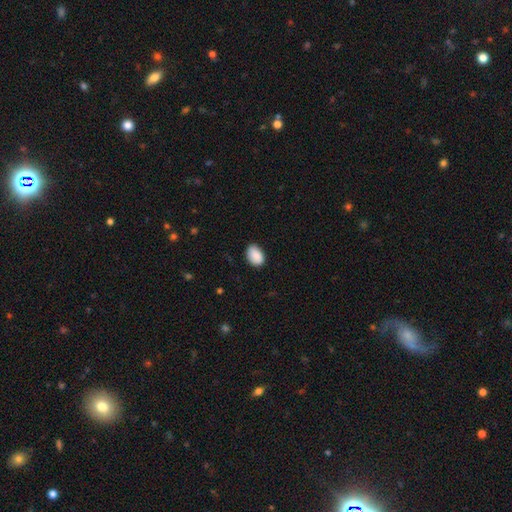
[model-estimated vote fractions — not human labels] smooth-or-featured: smooth: 90% | star or artifact: 7% | featured or disk: 3%
  how-rounded: in between: 82% | round: 17% | cigar-shaped: 1%
  merging: none: 81% | minor disturbance: 15% | major disturbance: 3% | merger: 1%